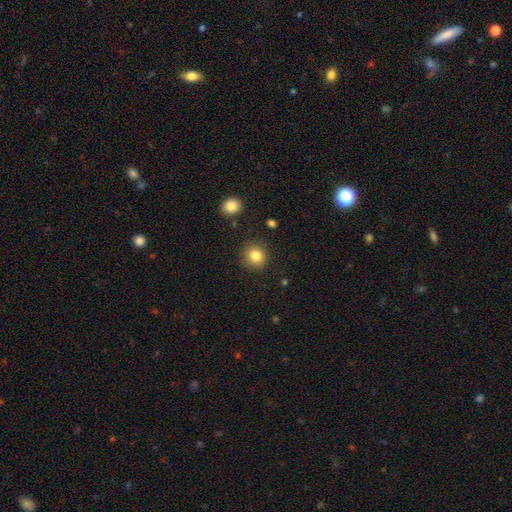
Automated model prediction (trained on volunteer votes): Smooth or featured?
  - smooth: 83% *
  - star or artifact: 11%
  - featured or disk: 6%
How rounded?
  - round: 91% *
  - in between: 8%
  - cigar-shaped: 1%
Merging?
  - none: 89% *
  - minor disturbance: 7%
  - major disturbance: 2%
  - merger: 2%